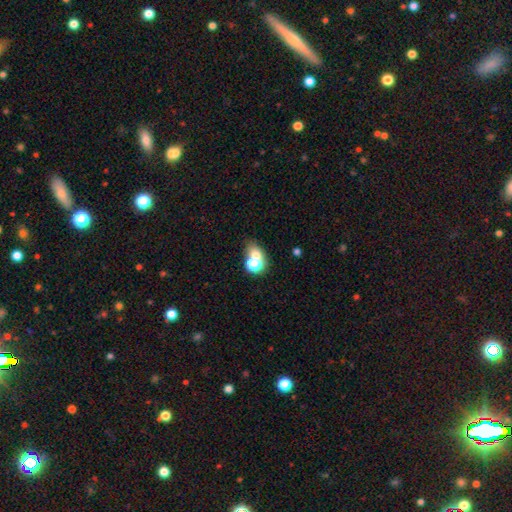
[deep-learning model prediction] Smooth or featured? Predicted: smooth (p=0.62). How rounded? Predicted: round (p=0.51). Merging? Predicted: merger (p=0.43).